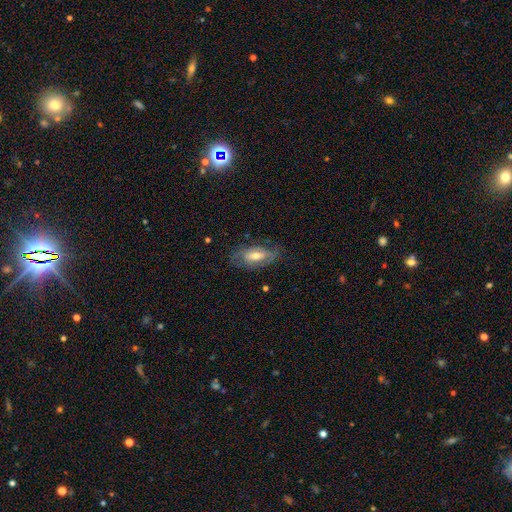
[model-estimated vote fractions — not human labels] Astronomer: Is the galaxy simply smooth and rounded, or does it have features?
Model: featured or disk — 57% (runner-up: smooth, 36%).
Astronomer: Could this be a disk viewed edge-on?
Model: no — 84%.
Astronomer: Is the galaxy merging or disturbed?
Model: none — 70%.